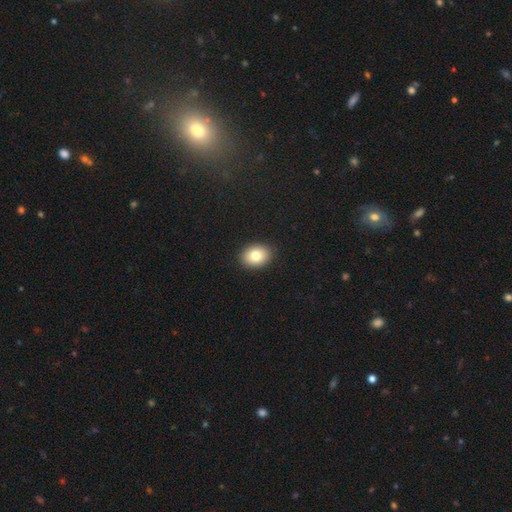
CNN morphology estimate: smooth-or-featured: smooth: 80% | featured or disk: 11% | star or artifact: 9%
  how-rounded: in between: 66% | round: 33% | cigar-shaped: 1%
  merging: none: 90% | minor disturbance: 7% | major disturbance: 2% | merger: 1%